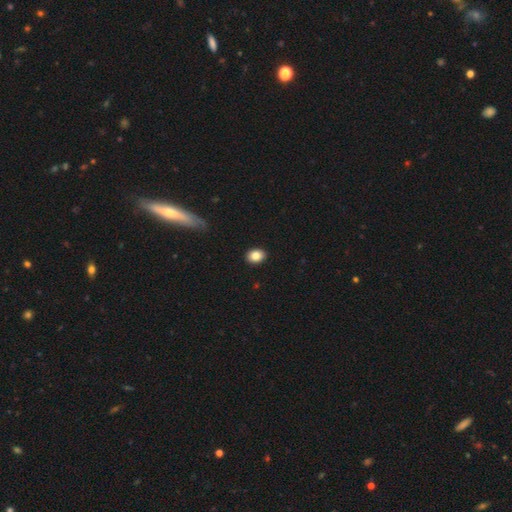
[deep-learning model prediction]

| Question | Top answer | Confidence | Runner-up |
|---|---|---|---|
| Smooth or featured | smooth | 84% | star or artifact (9%) |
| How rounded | in between | 64% | round (34%) |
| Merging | none | 90% | minor disturbance (7%) |